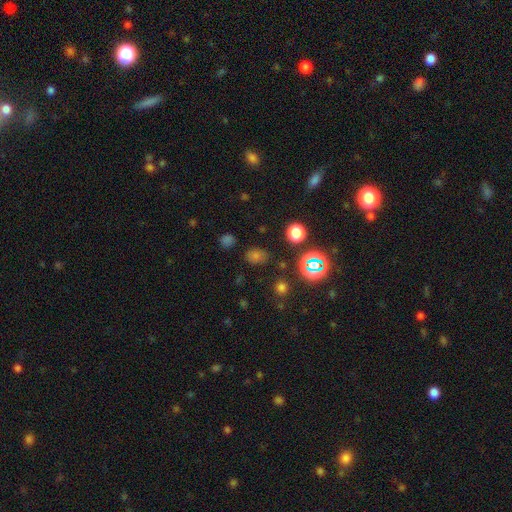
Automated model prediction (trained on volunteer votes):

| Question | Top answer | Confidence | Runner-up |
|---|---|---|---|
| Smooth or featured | smooth | 59% | star or artifact (34%) |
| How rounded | in between | 62% | round (37%) |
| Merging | none | 78% | minor disturbance (14%) |